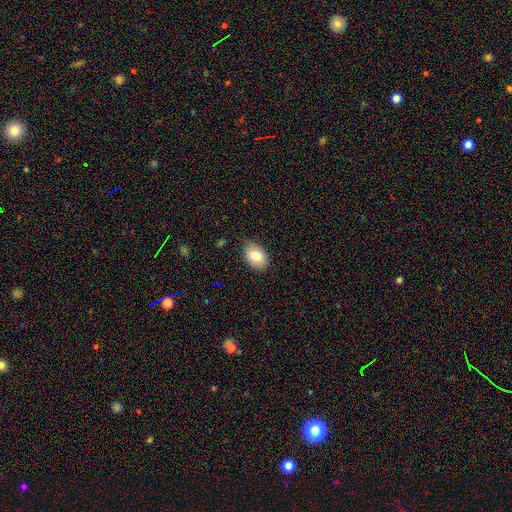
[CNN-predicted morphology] Smooth or featured? smooth (81%)
How rounded? in between (86%)
Merging? none (83%)